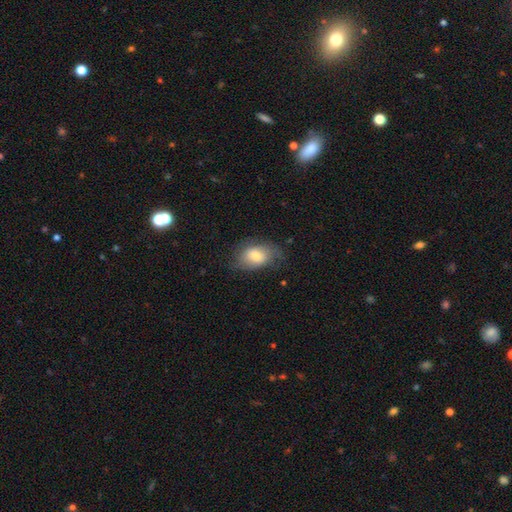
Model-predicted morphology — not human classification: A smooth galaxy with no disk features (65%) that is in between round and cigar-shaped (82%).

Vote fractions:
- Smooth or featured? smooth: 65% / featured or disk: 27% / star or artifact: 7%
- How rounded? in between: 82% / round: 16% / cigar-shaped: 1%
- Merging? none: 58% / minor disturbance: 27% / major disturbance: 13% / merger: 1%